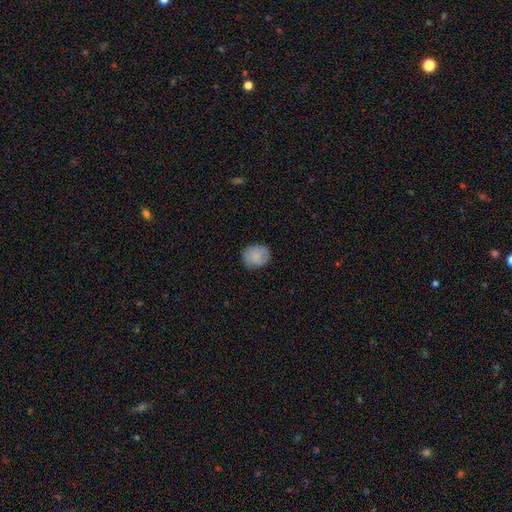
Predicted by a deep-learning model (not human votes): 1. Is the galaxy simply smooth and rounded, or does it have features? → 86% smooth, 7% star or artifact, 7% featured or disk.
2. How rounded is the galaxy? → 71% round, 28% in between, 1% cigar-shaped.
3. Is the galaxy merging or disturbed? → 82% none, 14% minor disturbance, 3% major disturbance, 1% merger.